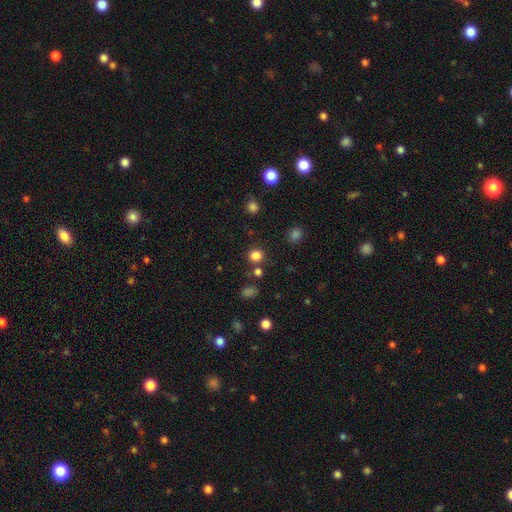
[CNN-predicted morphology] Smooth or featured?
  - smooth: 81% *
  - star or artifact: 15%
  - featured or disk: 4%
How rounded?
  - round: 88% *
  - in between: 11%
  - cigar-shaped: 1%
Merging?
  - none: 81% *
  - merger: 8%
  - minor disturbance: 8%
  - major disturbance: 3%